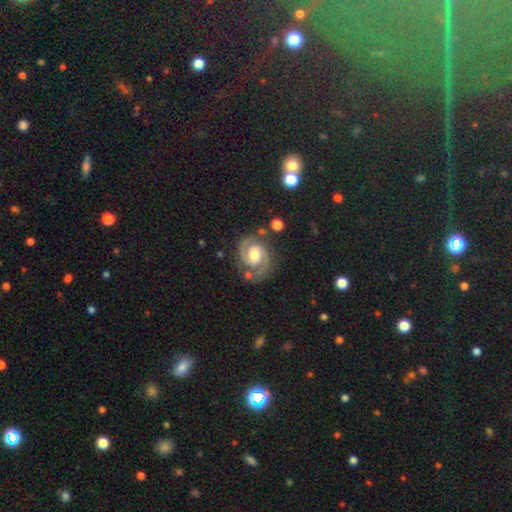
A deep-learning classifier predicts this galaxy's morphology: A featured or disk galaxy (89%) with no bar (46%), 2 (93%) medium (49%) spiral arms (97%) and a moderate central bulge (69%).

Vote fractions:
- Smooth or featured? featured or disk: 89% / smooth: 6% / star or artifact: 5%
- Edge-on disk? no: 98% / yes: 2%
- Bar? no: 46% / weak: 40% / strong: 14%
- Spiral arms? yes: 97% / no: 3%
- Spiral winding? medium: 49% / tight: 43% / loose: 8%
- Spiral arm count? 2: 93% / can't tell: 2% / 3: 2% / 1: 1% / 4: 1% / more than 4: 1%
- Bulge size? moderate: 69% / large: 16% / small: 13% / none: 2% / dominant: 1%
- Merging? none: 77% / minor disturbance: 14% / major disturbance: 5% / merger: 4%